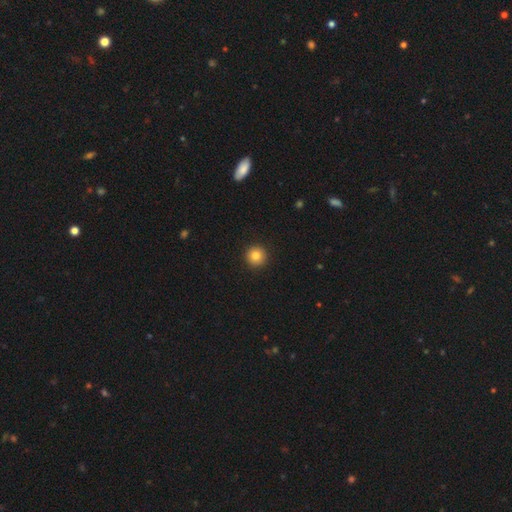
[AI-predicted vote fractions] A smooth galaxy with no disk features (84%) that is round (96%). Merging: none (93%).